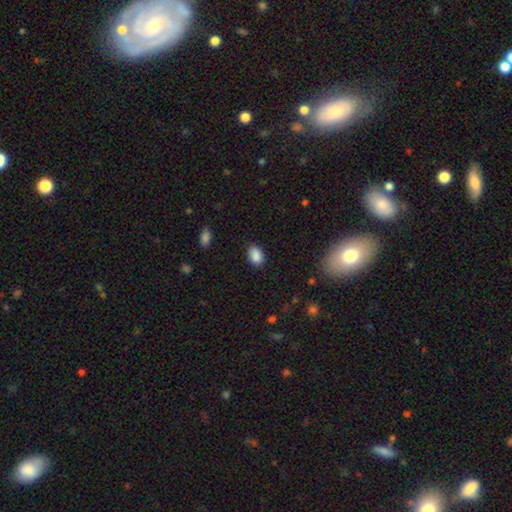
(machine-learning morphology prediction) Smooth or featured?
  - smooth: 88% *
  - star or artifact: 8%
  - featured or disk: 4%
How rounded?
  - in between: 83% *
  - round: 16%
  - cigar-shaped: 1%
Merging?
  - none: 84% *
  - minor disturbance: 12%
  - major disturbance: 3%
  - merger: 1%